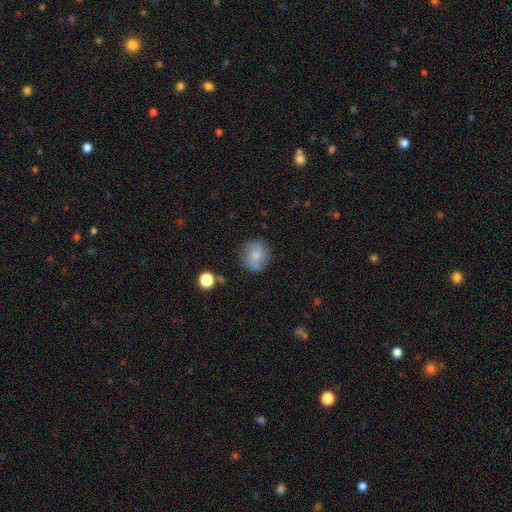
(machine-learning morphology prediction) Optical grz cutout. It shows a smooth galaxy with no disk features (62%) that is round (86%). Merging: none (77%).